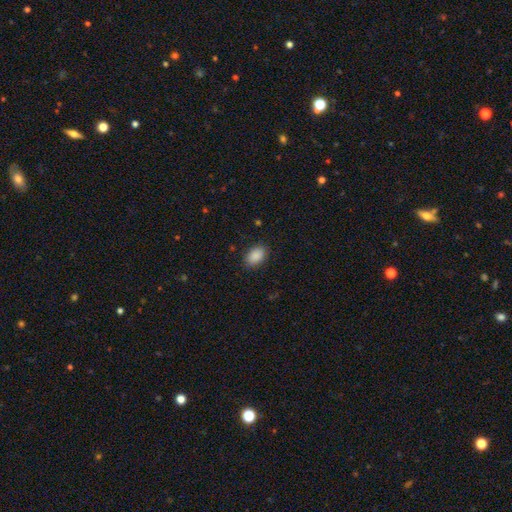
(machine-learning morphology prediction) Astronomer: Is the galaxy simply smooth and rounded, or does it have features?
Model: smooth — 90%.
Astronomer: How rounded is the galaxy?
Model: in between — 90%.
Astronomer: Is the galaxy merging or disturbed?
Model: none — 87%.